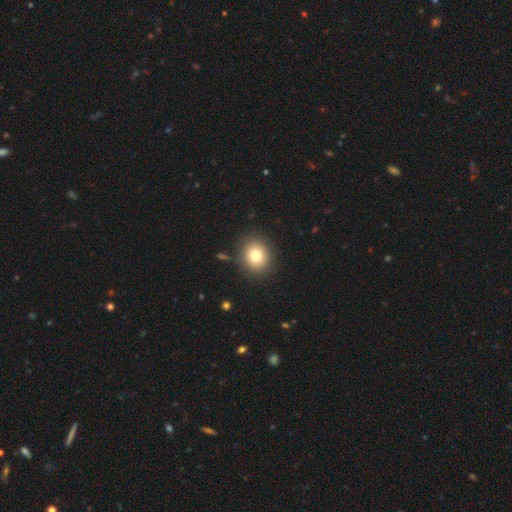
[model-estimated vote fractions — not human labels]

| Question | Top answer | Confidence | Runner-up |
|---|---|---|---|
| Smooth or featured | smooth | 79% | star or artifact (11%) |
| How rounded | round | 77% | in between (22%) |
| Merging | none | 88% | minor disturbance (8%) |